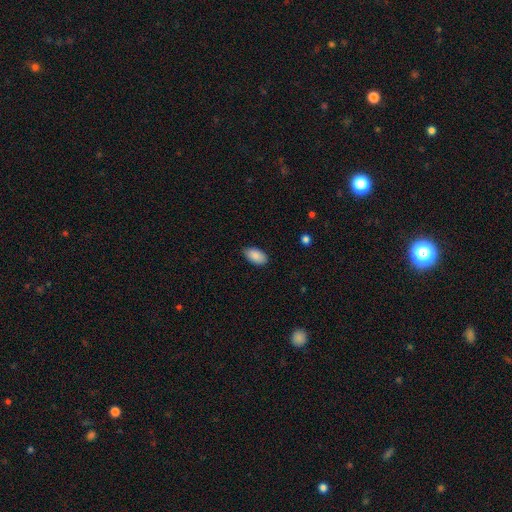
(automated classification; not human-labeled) A smooth galaxy with no disk features (88%) that is in between round and cigar-shaped (95%).

Vote fractions:
- Smooth or featured? smooth: 88% / star or artifact: 7% / featured or disk: 6%
- How rounded? in between: 95% / round: 4% / cigar-shaped: 2%
- Merging? none: 81% / minor disturbance: 16% / major disturbance: 2% / merger: 1%